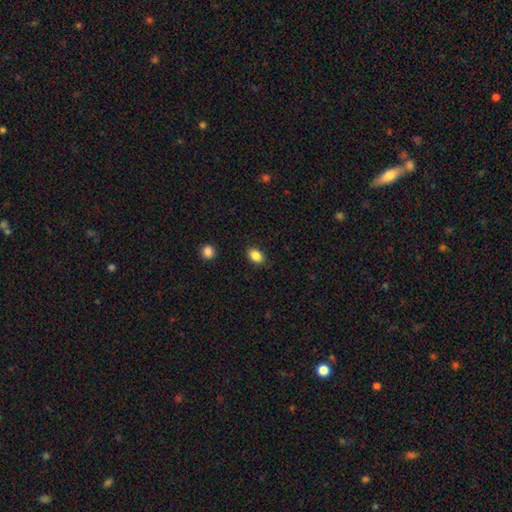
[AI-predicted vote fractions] Smooth or featured? smooth (86%)
How rounded? in between (80%)
Merging? none (88%)